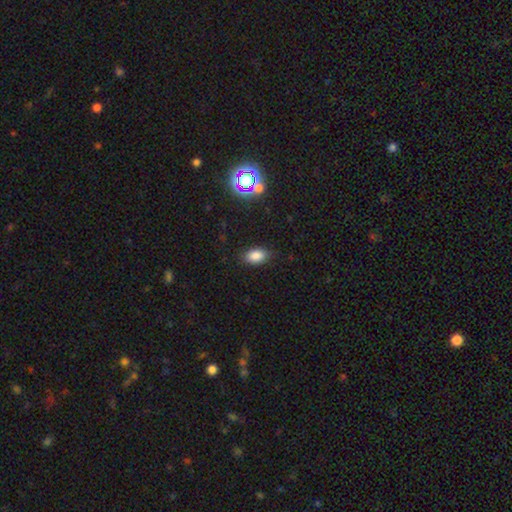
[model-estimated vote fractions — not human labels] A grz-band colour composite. It shows a smooth galaxy with no disk features (82%) that is in between round and cigar-shaped (90%). Merging: none (85%).